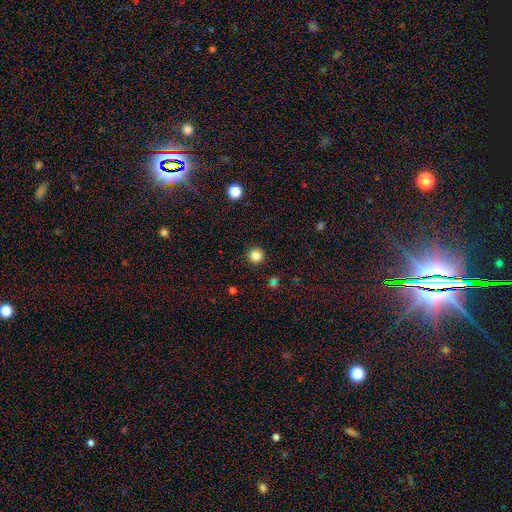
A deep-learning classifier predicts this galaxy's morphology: type=smooth (84%); roundness=round (96%); merging=none (92%).